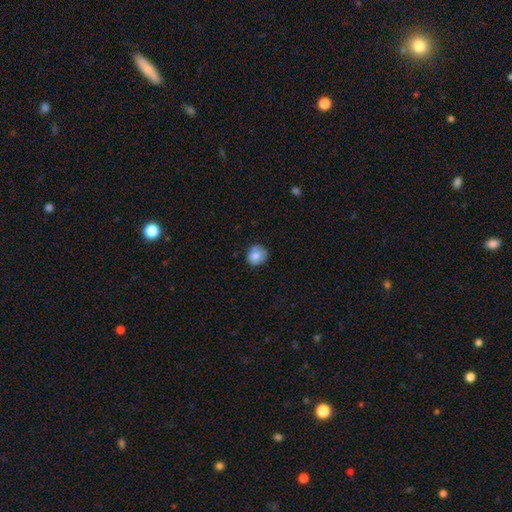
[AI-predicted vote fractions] This appears to be a smooth galaxy with no disk features (78%) that is round (84%). Merging: none (72%).